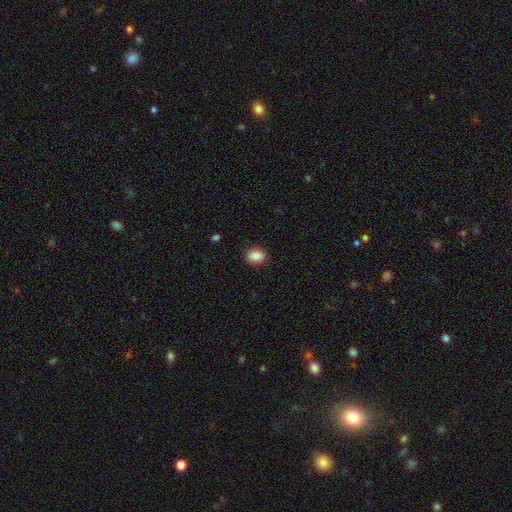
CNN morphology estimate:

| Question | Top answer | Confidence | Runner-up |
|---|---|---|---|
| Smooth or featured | smooth | 85% | star or artifact (9%) |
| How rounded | in between | 54% | round (45%) |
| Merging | none | 89% | minor disturbance (8%) |